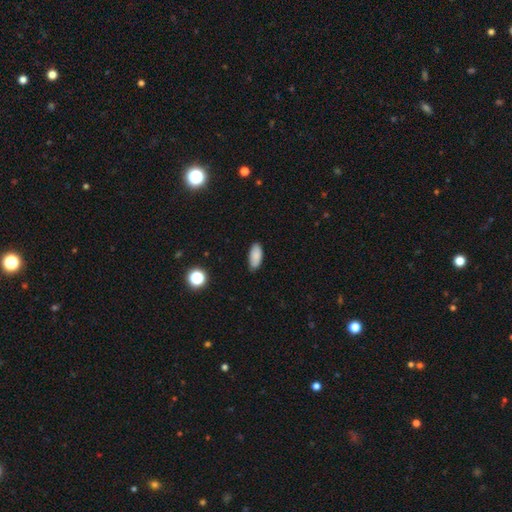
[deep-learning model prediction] smooth_or_featured: smooth (p=0.85) [alt: star or artifact p=0.09]
how_rounded: in between (p=0.88) [alt: cigar-shaped p=0.10]
merging: none (p=0.77) [alt: minor disturbance p=0.19]